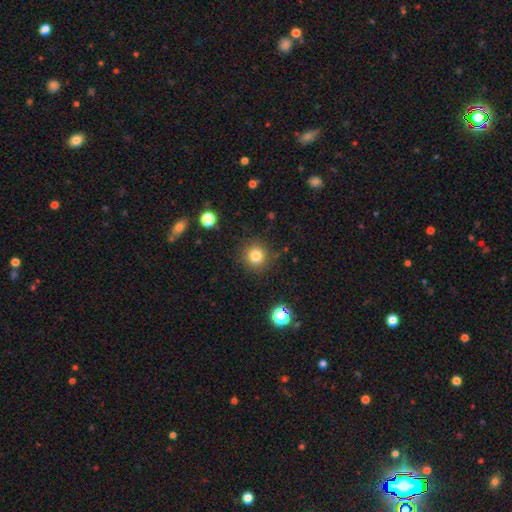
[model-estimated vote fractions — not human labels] This appears to be a smooth galaxy with no disk features (81%) that is round (92%). Merging: none (88%).